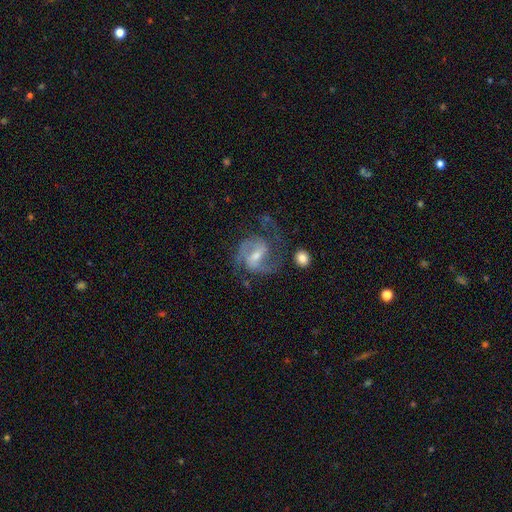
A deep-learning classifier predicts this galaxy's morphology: smooth-or-featured: featured or disk: 86% | smooth: 9% | star or artifact: 6%
  disk-edge-on: no: 98% | yes: 2%
    bar: weak: 51% | strong: 28% | no: 20%
    has-spiral-arms: yes: 95% | no: 5%
      spiral-winding: medium: 56% | loose: 22% | tight: 22%
      spiral-arm-count: 2: 74% | 3: 9% | can't tell: 8% | 1: 5% | 4: 2% | more than 4: 2%
    bulge-size: moderate: 47% | small: 45% | large: 4% | none: 3% | dominant: 1%
  merging: none: 53% | major disturbance: 24% | minor disturbance: 19% | merger: 4%